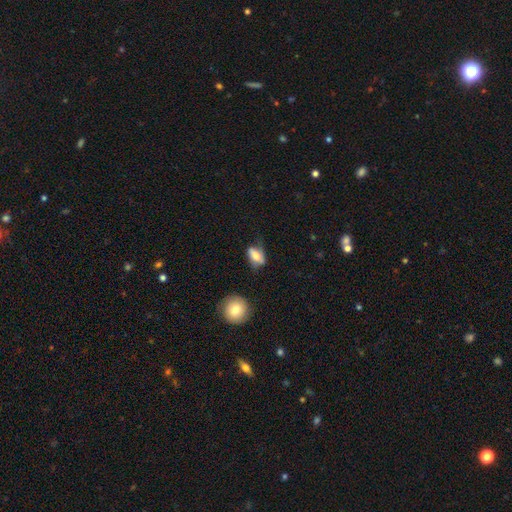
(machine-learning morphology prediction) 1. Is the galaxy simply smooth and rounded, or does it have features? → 60% smooth, 32% featured or disk, 8% star or artifact.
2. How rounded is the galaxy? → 82% in between, 9% round, 8% cigar-shaped.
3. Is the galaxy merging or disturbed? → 48% none, 30% minor disturbance, 17% major disturbance, 4% merger.